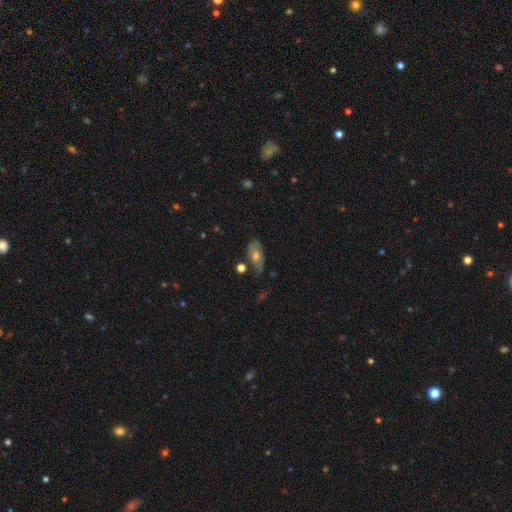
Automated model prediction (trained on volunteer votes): This is possibly a featured or disk galaxy (48%). Merging: possibly none (58%).